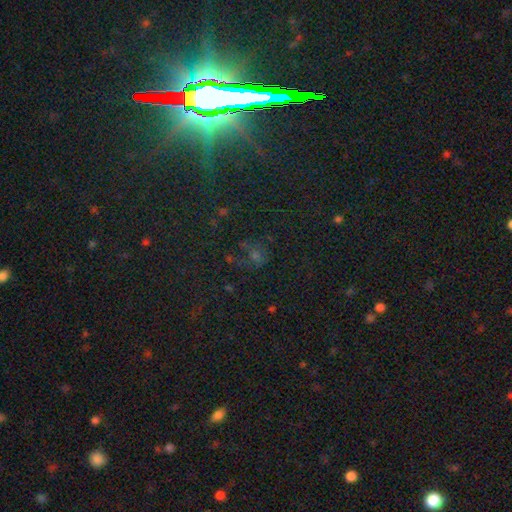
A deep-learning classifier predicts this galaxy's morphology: A star or artifact, not a galaxy (51%).

Vote fractions:
- Smooth or featured? star or artifact: 51% / smooth: 32% / featured or disk: 17%